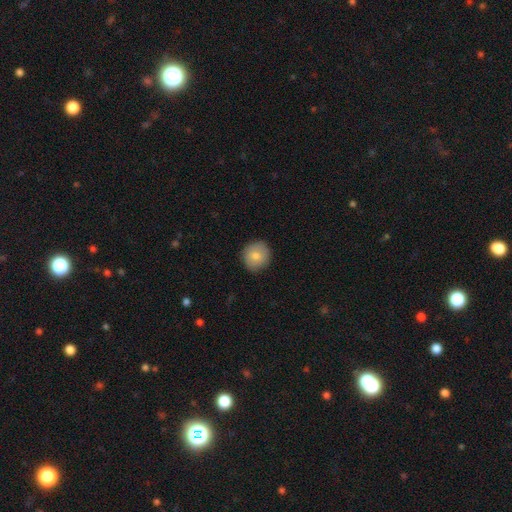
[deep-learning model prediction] Morphology: type=smooth (79%); roundness=round (88%); merging=none (88%).